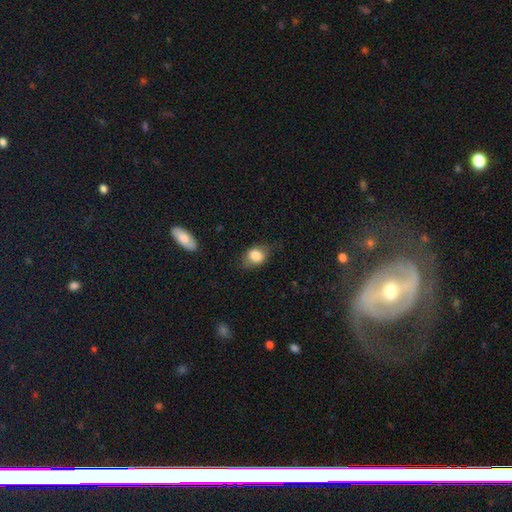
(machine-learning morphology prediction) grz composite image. It shows a smooth galaxy with no disk features (80%) that is in between round and cigar-shaped (64%). Merging: none (65%).